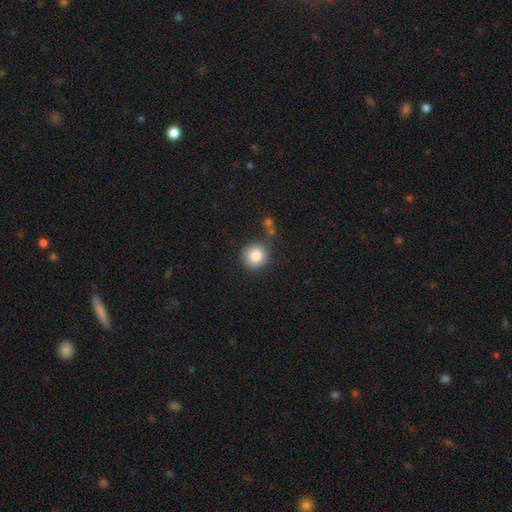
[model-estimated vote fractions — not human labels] Smooth or featured? Predicted: smooth (p=0.85). How rounded? Predicted: round (p=0.91). Merging? Predicted: none (p=0.76).